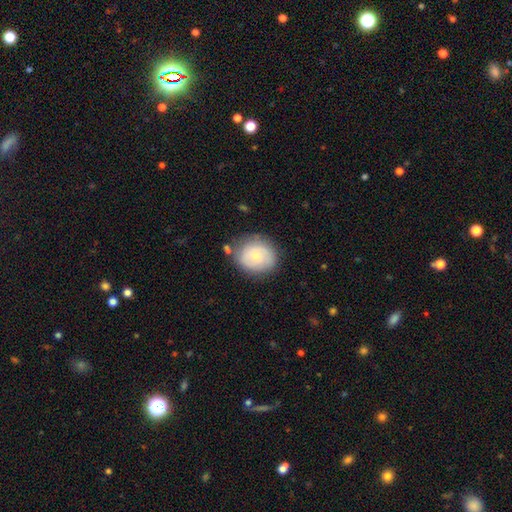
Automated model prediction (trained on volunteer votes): A smooth galaxy with no disk features (62%) that is round (77%).

Vote fractions:
- Smooth or featured? smooth: 62% / featured or disk: 31% / star or artifact: 7%
- How rounded? round: 77% / in between: 23% / cigar-shaped: 1%
- Merging? none: 71% / minor disturbance: 19% / major disturbance: 6% / merger: 4%